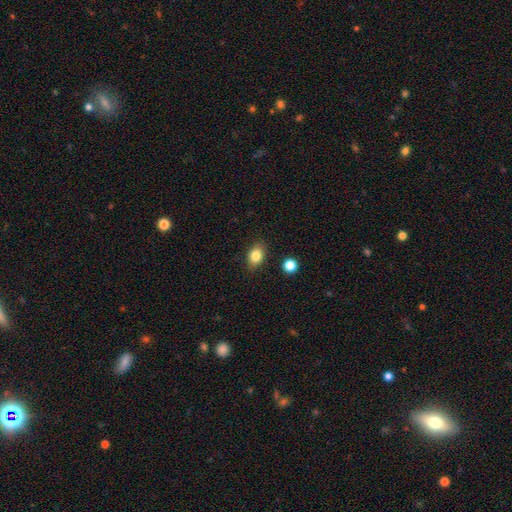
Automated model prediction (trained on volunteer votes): smooth_or_featured: smooth (p=0.83) [alt: star or artifact p=0.10]
how_rounded: in between (p=0.73) [alt: round p=0.25]
merging: none (p=0.86) [alt: minor disturbance p=0.10]